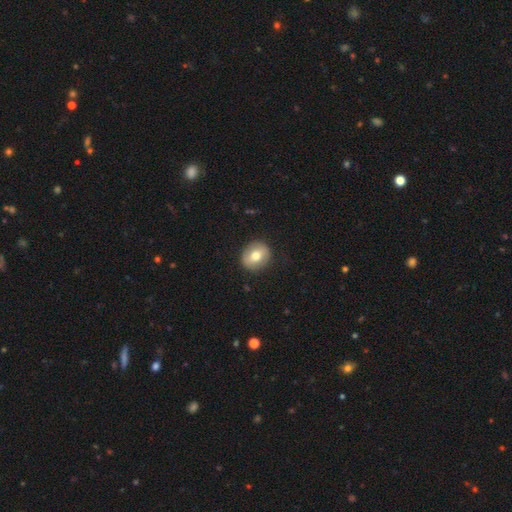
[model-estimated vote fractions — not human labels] Smooth or featured?
  - smooth: 66% *
  - featured or disk: 27%
  - star or artifact: 7%
How rounded?
  - round: 77% *
  - in between: 22%
  - cigar-shaped: 1%
Merging?
  - none: 88% *
  - minor disturbance: 9%
  - major disturbance: 3%
  - merger: 1%